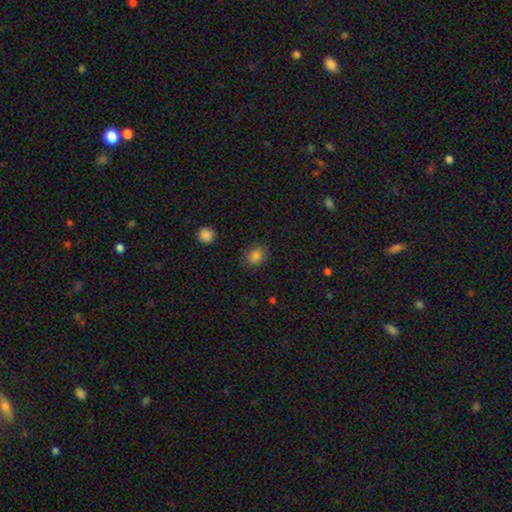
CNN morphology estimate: The model was most divided on "how rounded": round: 58%, in between: 41%, cigar-shaped: 1%. More confident: merging — none (85%); smooth or featured — smooth (84%).